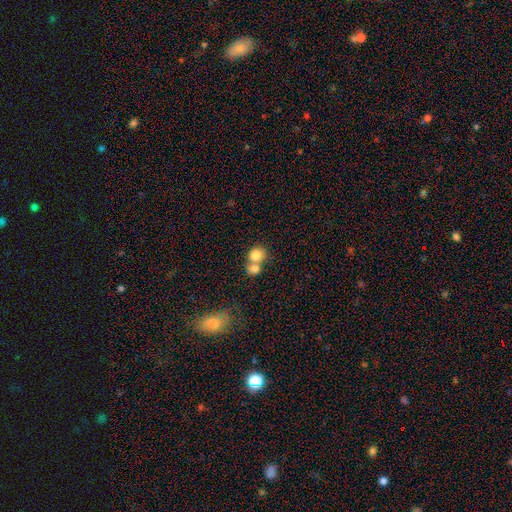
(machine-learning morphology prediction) A smooth galaxy with no disk features (81%) that is round (76%). Merging: merger (59%).